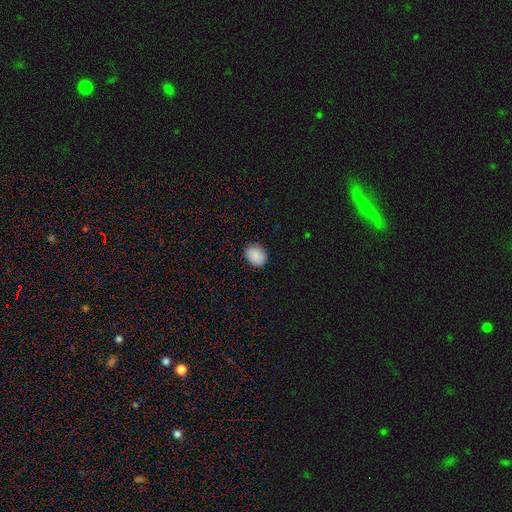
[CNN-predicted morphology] A smooth galaxy with no disk features (89%) that is in between round and cigar-shaped (58%). Merging: none (87%).